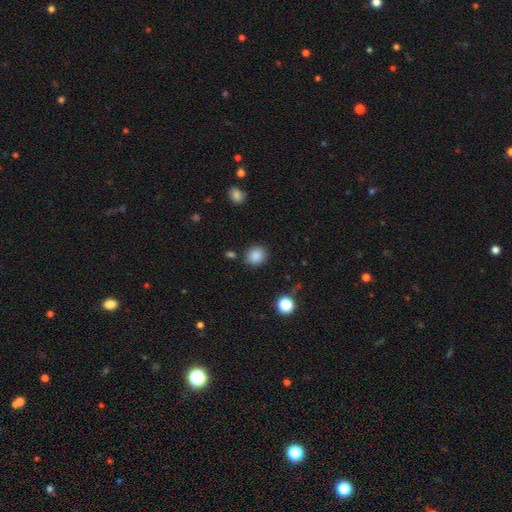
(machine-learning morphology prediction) A smooth galaxy with no disk features (86%) that is round (77%). Merging: none (84%).